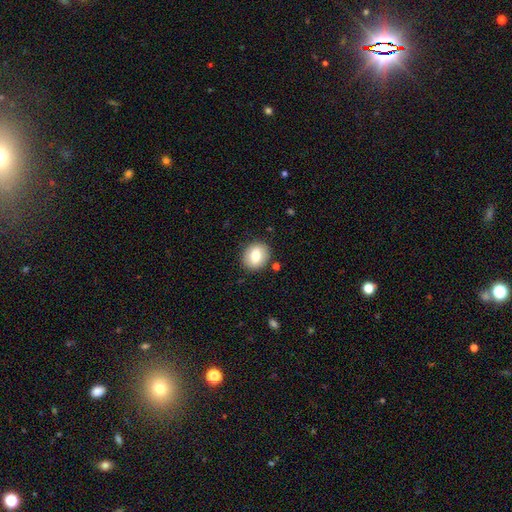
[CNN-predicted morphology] The model was most divided on "how rounded": round: 66%, in between: 33%, cigar-shaped: 1%. More confident: merging — none (87%); smooth or featured — smooth (77%).